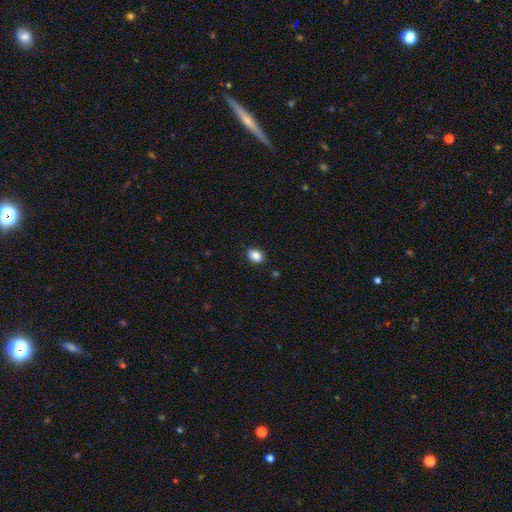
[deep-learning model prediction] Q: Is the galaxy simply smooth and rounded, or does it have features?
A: smooth — 88%.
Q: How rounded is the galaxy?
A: in between — 76%.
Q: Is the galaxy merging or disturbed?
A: none — 86%.